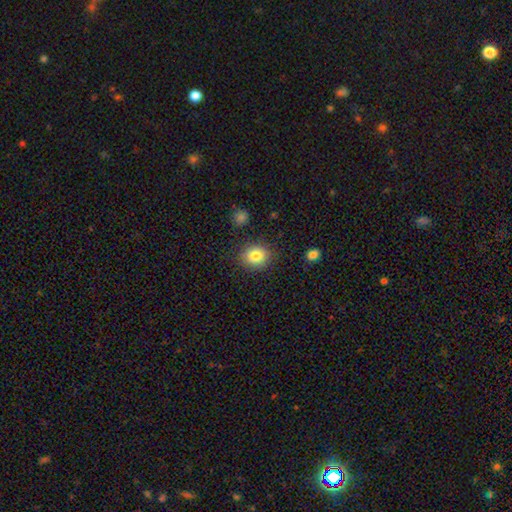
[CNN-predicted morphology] The model was most divided on "how rounded": round: 74%, in between: 25%, cigar-shaped: 1%. More confident: merging — none (85%); smooth or featured — smooth (82%).